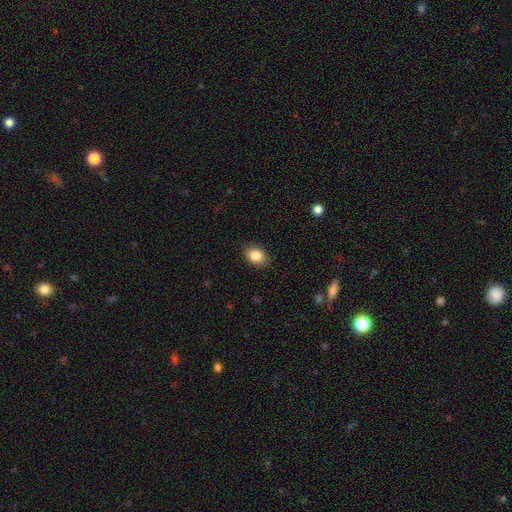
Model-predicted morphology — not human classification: The model was most divided on "how rounded": in between: 70%, round: 29%, cigar-shaped: 1%. More confident: merging — none (88%); smooth or featured — smooth (85%).